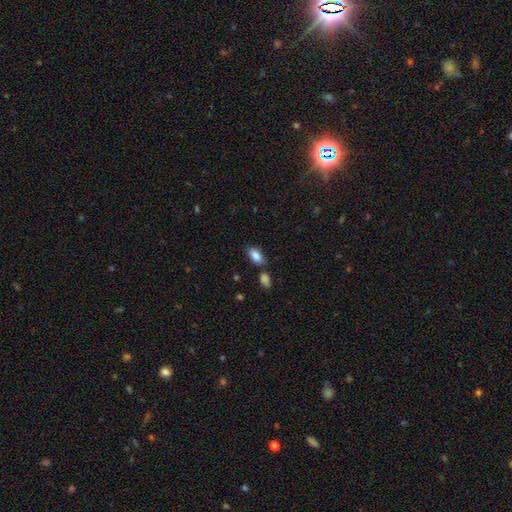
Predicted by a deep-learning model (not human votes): smooth_or_featured: smooth (p=0.87) [alt: star or artifact p=0.08]
how_rounded: in between (p=0.92) [alt: round p=0.04]
merging: none (p=0.70) [alt: minor disturbance p=0.14]